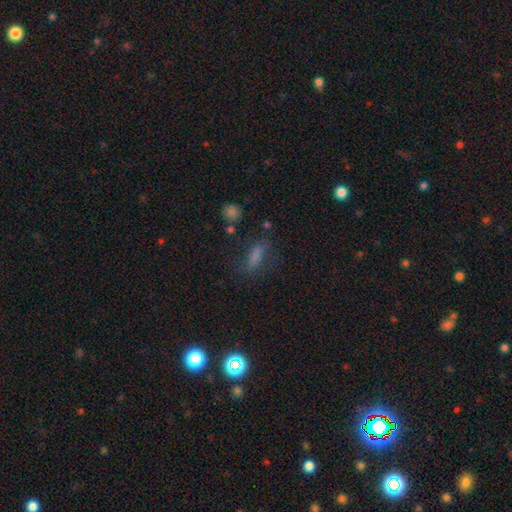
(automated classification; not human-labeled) A smooth galaxy with no disk features (61%) that is cigar-shaped (47%). Merging: none (67%).